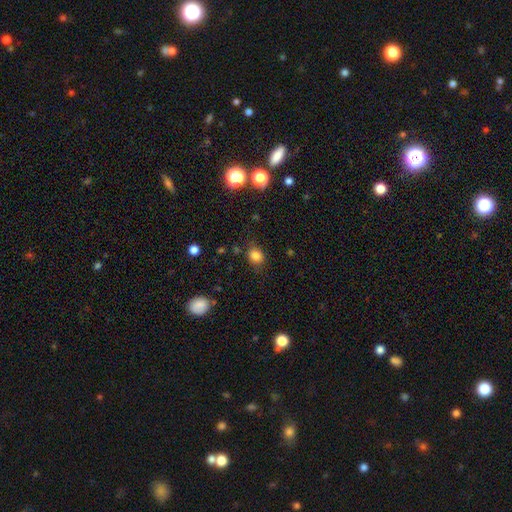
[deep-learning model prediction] smooth 81%, star or artifact 13%, featured or disk 6%. Down the decision tree: how rounded — round (60%); merging — none (76%).